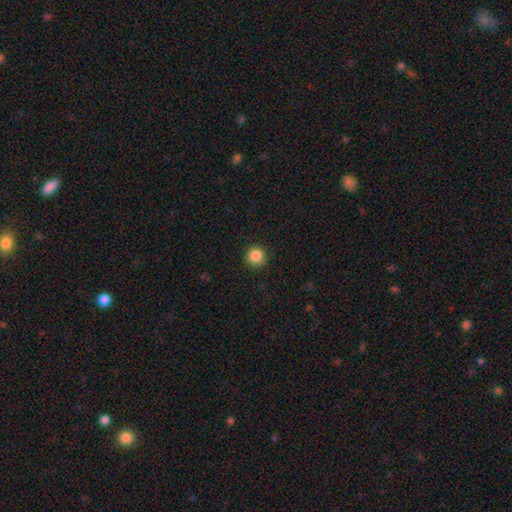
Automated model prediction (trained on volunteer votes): smooth_or_featured: smooth (p=0.86) [alt: star or artifact p=0.10]
how_rounded: round (p=0.95) [alt: in between p=0.04]
merging: none (p=0.92) [alt: minor disturbance p=0.05]